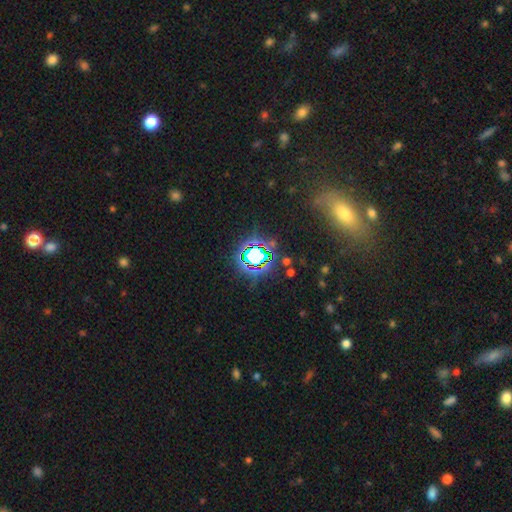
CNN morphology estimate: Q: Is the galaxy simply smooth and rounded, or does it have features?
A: star or artifact — 74%.